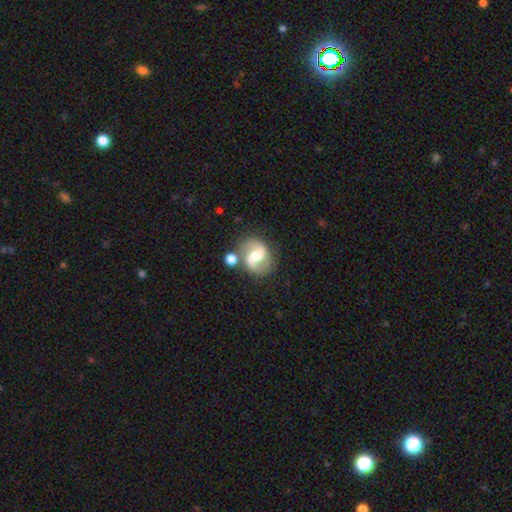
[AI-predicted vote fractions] smooth-or-featured: featured or disk: 79% | smooth: 15% | star or artifact: 6%
  disk-edge-on: no: 97% | yes: 3%
    bar: weak: 43% | strong: 39% | no: 18%
    has-spiral-arms: yes: 91% | no: 9%
      spiral-winding: loose: 46% | medium: 43% | tight: 11%
      spiral-arm-count: 2: 91% | can't tell: 3% | 1: 3% | 3: 1% | 4: 1% | more than 4: 1%
    bulge-size: moderate: 61% | small: 25% | large: 10% | none: 3% | dominant: 2%
  merging: none: 69% | minor disturbance: 14% | merger: 12% | major disturbance: 6%